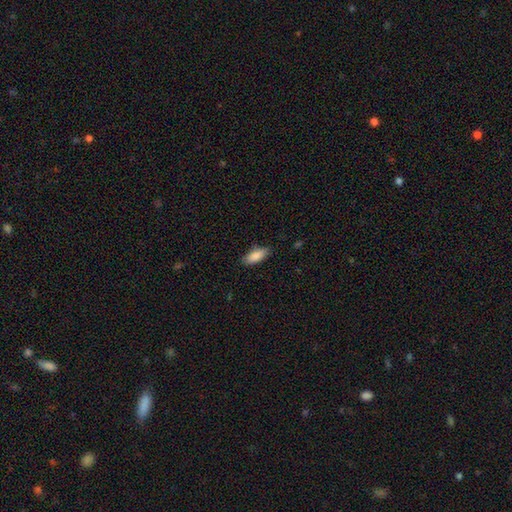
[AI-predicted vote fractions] Smooth or featured?
  - smooth: 87% *
  - featured or disk: 7%
  - star or artifact: 6%
How rounded?
  - in between: 78% *
  - cigar-shaped: 20%
  - round: 2%
Merging?
  - none: 83% *
  - minor disturbance: 13%
  - major disturbance: 3%
  - merger: 1%